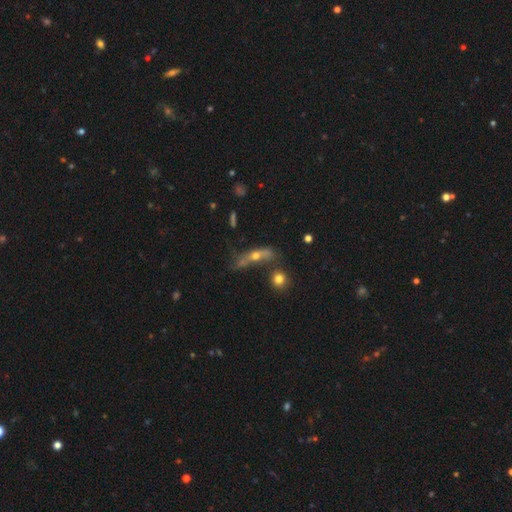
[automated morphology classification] Smooth or featured?
  - featured or disk: 50% *
  - smooth: 36%
  - star or artifact: 14%
Merging?
  - none: 44% *
  - minor disturbance: 20%
  - merger: 18%
  - major disturbance: 18%